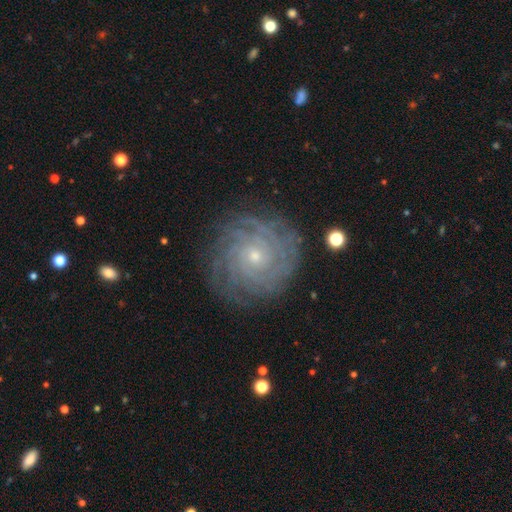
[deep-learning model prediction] Q: Smooth or featured?
A: featured or disk (85%); runner-up: smooth (8%)
Q: Edge-on disk?
A: no (97%); runner-up: yes (3%)
Q: Bar?
A: no (80%); runner-up: weak (16%)
Q: Spiral arms?
A: yes (97%); runner-up: no (3%)
Q: Spiral winding?
A: tight (84%); runner-up: medium (13%)
Q: Spiral arm count?
A: can't tell (26%); runner-up: more than 4 (23%)
Q: Bulge size?
A: small (77%); runner-up: moderate (19%)
Q: Merging?
A: none (84%); runner-up: minor disturbance (11%)